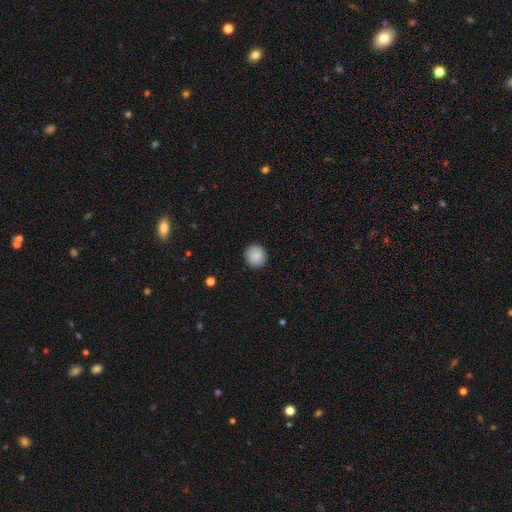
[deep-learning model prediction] Overall: smooth (88%). How rounded: round (90%). Merging: none (91%).